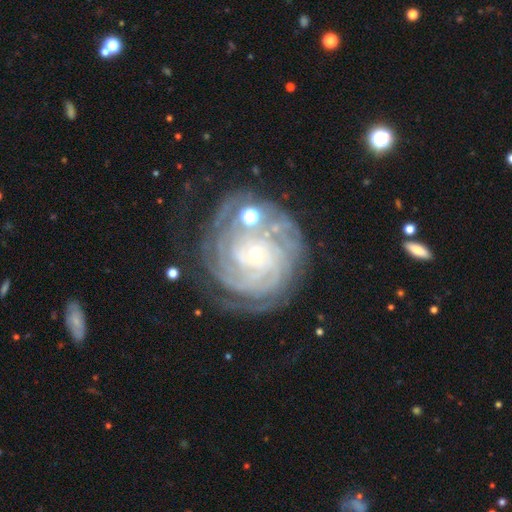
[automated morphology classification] smooth-or-featured: featured or disk: 88% | star or artifact: 6% | smooth: 6%
  disk-edge-on: no: 98% | yes: 2%
    bar: no: 77% | weak: 17% | strong: 7%
    has-spiral-arms: yes: 97% | no: 3%
      spiral-winding: tight: 84% | medium: 13% | loose: 3%
      spiral-arm-count: 4: 25% | can't tell: 24% | more than 4: 21% | 3: 14% | 2: 9% | 1: 7%
    bulge-size: small: 83% | moderate: 13% | none: 2% | large: 1% | dominant: 1%
  merging: none: 68% | minor disturbance: 17% | major disturbance: 9% | merger: 6%